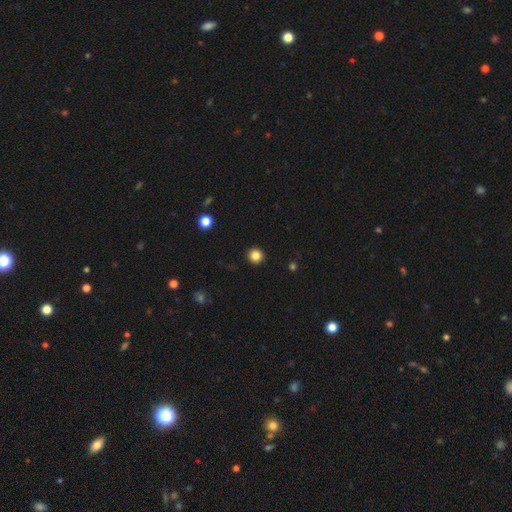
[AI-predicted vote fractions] Overall: smooth (84%). How rounded: round (95%). Merging: none (94%).